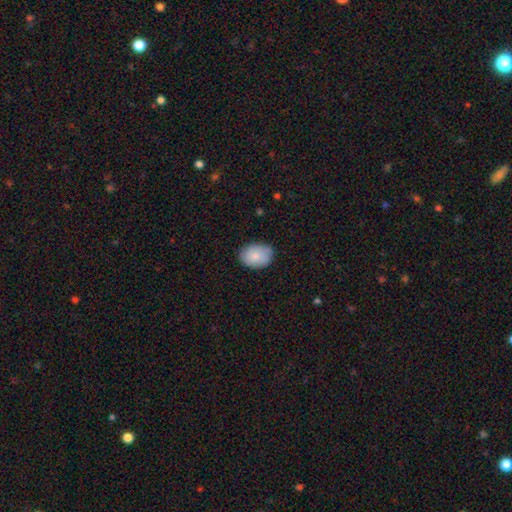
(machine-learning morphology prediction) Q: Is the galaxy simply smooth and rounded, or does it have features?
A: smooth — 83%.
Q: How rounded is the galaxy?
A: in between — 71%.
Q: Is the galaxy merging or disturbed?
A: none — 78%.